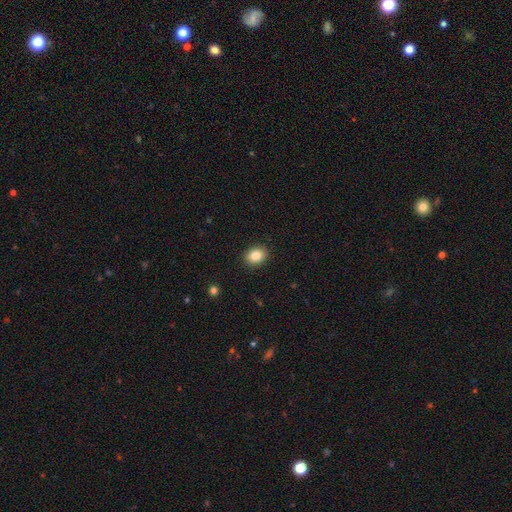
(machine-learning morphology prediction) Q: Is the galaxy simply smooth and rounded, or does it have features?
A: smooth — 85%.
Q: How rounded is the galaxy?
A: in between — 56%.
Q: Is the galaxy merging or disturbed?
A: none — 90%.